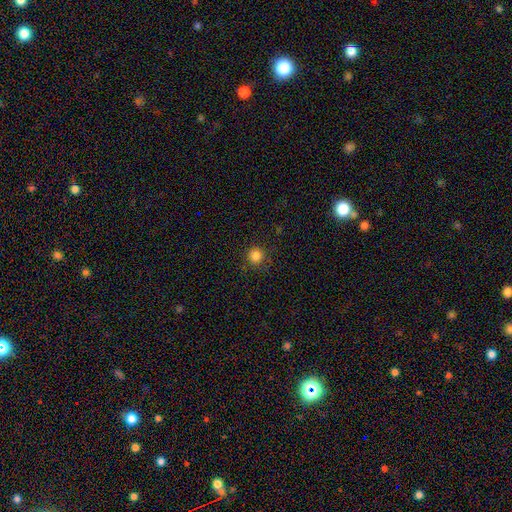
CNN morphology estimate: Smooth or featured: smooth — 84% (star or artifact — 13%)
How rounded: round — 95% (in between — 4%)
Merging: none — 86% (minor disturbance — 10%)